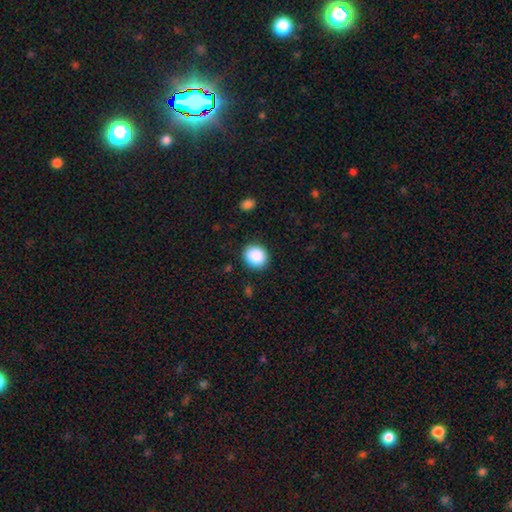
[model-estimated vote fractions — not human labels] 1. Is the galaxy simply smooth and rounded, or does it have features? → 88% smooth, 9% star or artifact, 3% featured or disk.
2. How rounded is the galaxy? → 73% round, 26% in between, 1% cigar-shaped.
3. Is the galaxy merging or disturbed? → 88% none, 8% minor disturbance, 2% major disturbance, 1% merger.